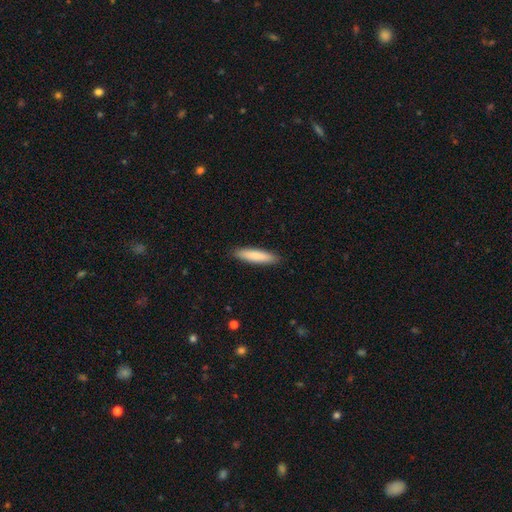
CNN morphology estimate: Smooth or featured: smooth — 84% (featured or disk — 11%)
How rounded: cigar-shaped — 82% (in between — 17%)
Merging: none — 91% (minor disturbance — 7%)